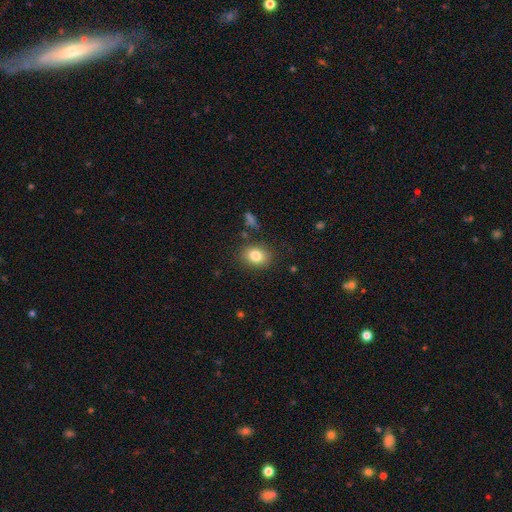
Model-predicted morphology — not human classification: A smooth galaxy with no disk features (83%) that is in between round and cigar-shaped (55%).

Vote fractions:
- Smooth or featured? smooth: 83% / star or artifact: 10% / featured or disk: 8%
- How rounded? in between: 55% / round: 43% / cigar-shaped: 1%
- Merging? none: 85% / minor disturbance: 10% / major disturbance: 3% / merger: 2%